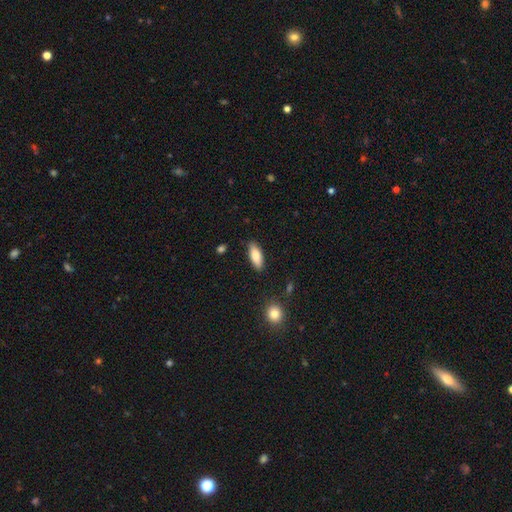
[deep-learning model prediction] smooth 84%, featured or disk 10%, star or artifact 6%. Down the decision tree: how rounded — in between (75%); merging — none (85%).